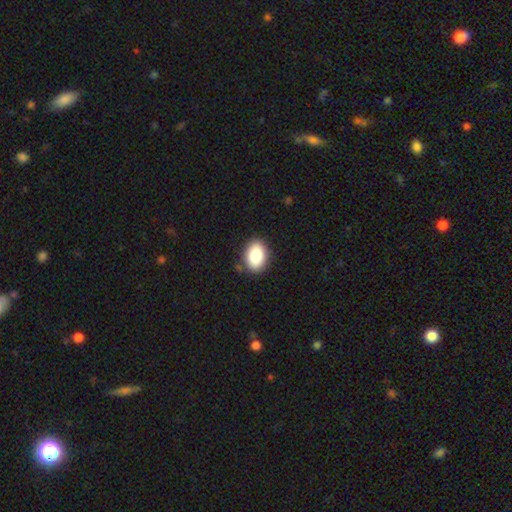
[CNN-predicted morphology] Smooth or featured?
  - smooth: 85% *
  - star or artifact: 8%
  - featured or disk: 7%
How rounded?
  - in between: 82% *
  - round: 16%
  - cigar-shaped: 1%
Merging?
  - none: 87% *
  - minor disturbance: 9%
  - major disturbance: 2%
  - merger: 2%